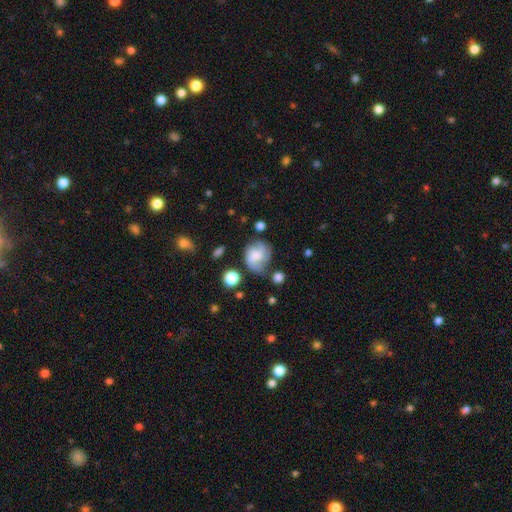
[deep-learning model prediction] A smooth galaxy with no disk features (49%).

Vote fractions:
- Smooth or featured? smooth: 49% / featured or disk: 42% / star or artifact: 9%
- Merging? none: 48% / minor disturbance: 27% / major disturbance: 18% / merger: 7%